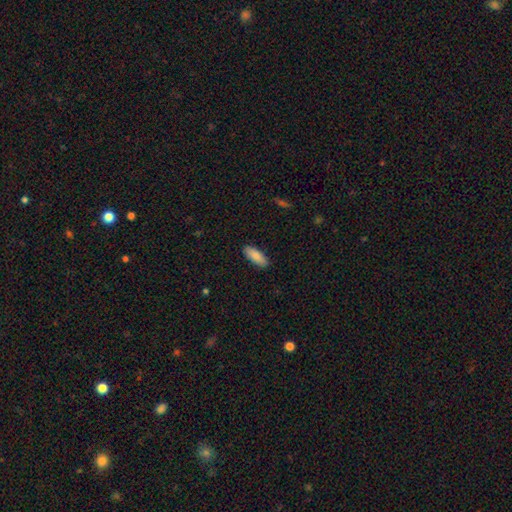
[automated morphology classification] Smooth or featured?
  - smooth: 86% *
  - featured or disk: 8%
  - star or artifact: 6%
How rounded?
  - in between: 70% *
  - cigar-shaped: 29%
  - round: 2%
Merging?
  - none: 89% *
  - minor disturbance: 8%
  - major disturbance: 2%
  - merger: 1%